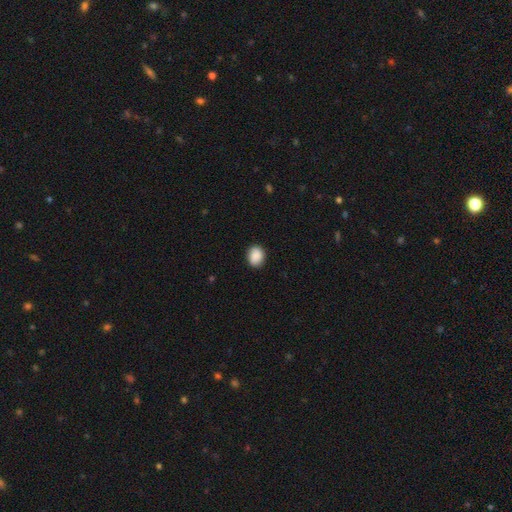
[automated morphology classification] smooth 89%, star or artifact 7%, featured or disk 3%. Down the decision tree: how rounded — in between (54%); merging — none (87%).